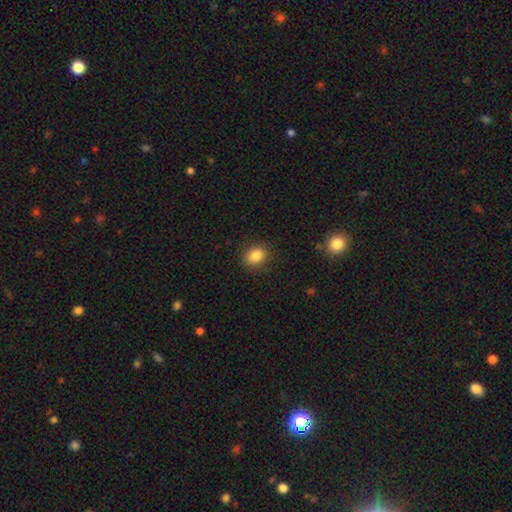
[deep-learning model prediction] Smooth or featured: smooth — 85% (star or artifact — 10%)
How rounded: in between — 50% (round — 48%)
Merging: none — 87% (minor disturbance — 9%)